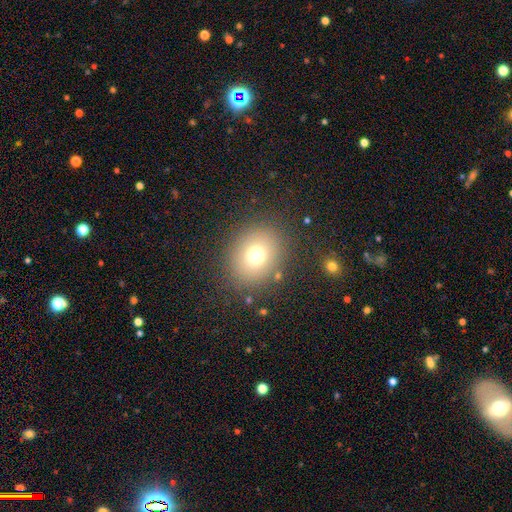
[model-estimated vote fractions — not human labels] Smooth or featured? smooth (73%)
How rounded? round (67%)
Merging? none (84%)